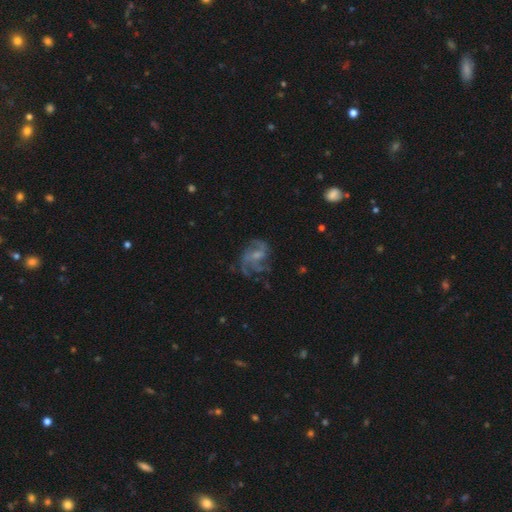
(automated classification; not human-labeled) The model was most divided on "bar": weak: 45%, no: 44%, strong: 11%. Remaining: edge-on disk — no (97%); spiral arms — yes (88%); smooth or featured — featured or disk (76%); merging — none (57%); spiral winding — medium (46%); bulge size — small (40%); spiral arm count — 3 (33%).